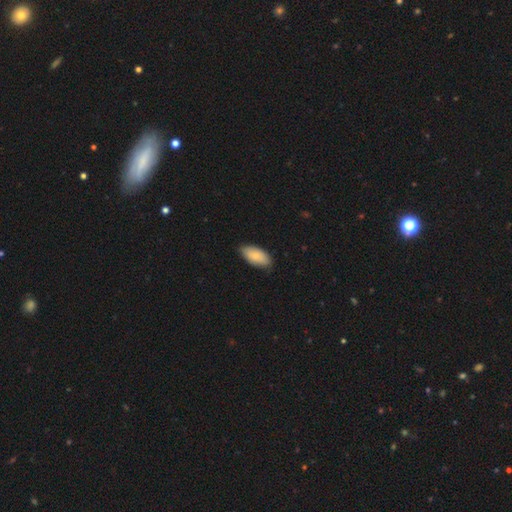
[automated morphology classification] A smooth galaxy with no disk features (80%) that is in between round and cigar-shaped (94%). Merging: none (81%).